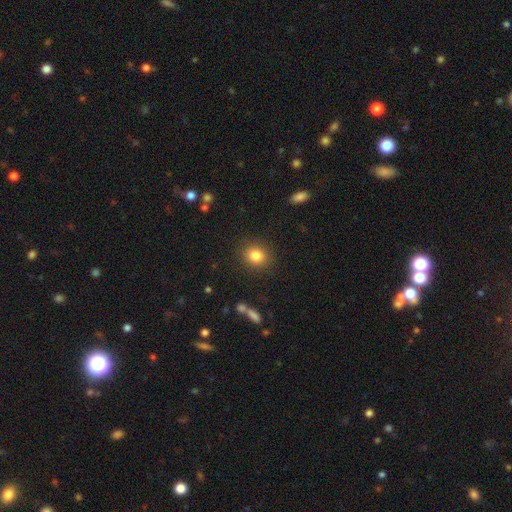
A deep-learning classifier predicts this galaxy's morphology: smooth_or_featured: smooth (p=0.83) [alt: star or artifact p=0.10]
how_rounded: round (p=0.71) [alt: in between p=0.28]
merging: none (p=0.87) [alt: minor disturbance p=0.08]